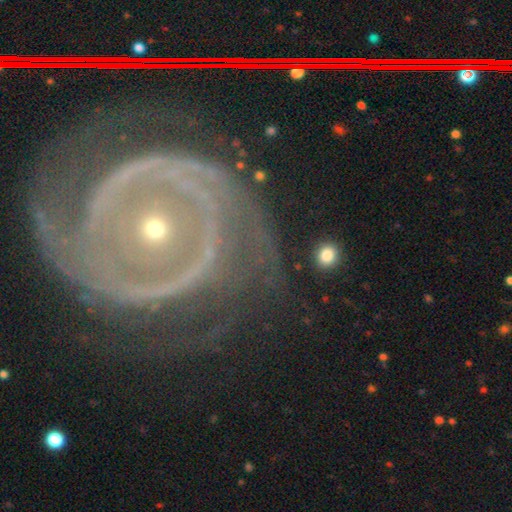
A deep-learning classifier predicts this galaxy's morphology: type=featured or disk (84%); edge-on=no (96%); bar=no (58%); spiral arms=yes (91%); winding=tight (73%); arm count=2 (39%); bulge=small (71%); merging=none (70%).